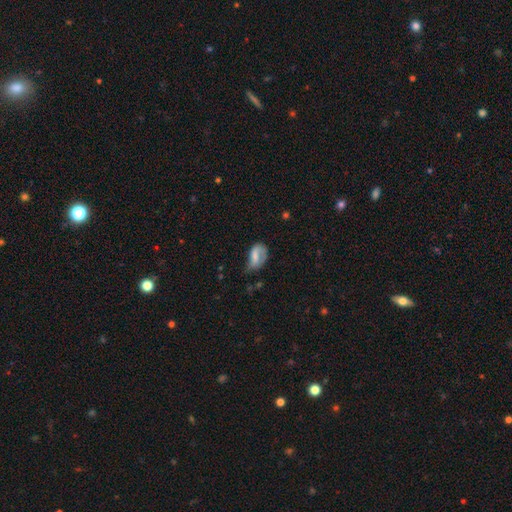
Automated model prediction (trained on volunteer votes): A smooth galaxy with no disk features (59%) that is in between round and cigar-shaped (87%). Merging: minor disturbance (33%).